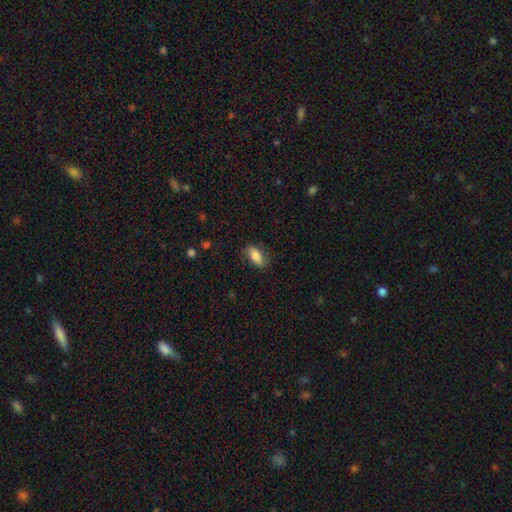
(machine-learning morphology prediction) Smooth or featured? Predicted: smooth (p=0.74). How rounded? Predicted: in between (p=0.88). Merging? Predicted: none (p=0.76).